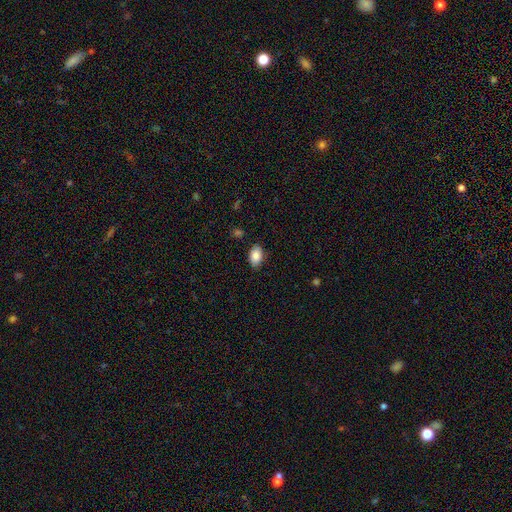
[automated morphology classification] Overall: smooth (87%). How rounded: in between (90%). Merging: none (84%).